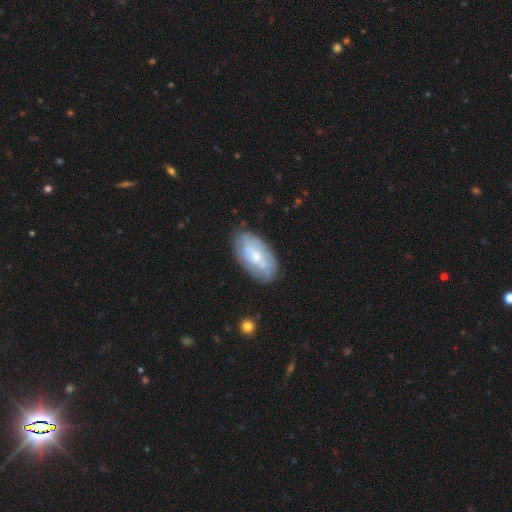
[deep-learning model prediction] Smooth or featured? smooth (48%)
Merging? none (74%)